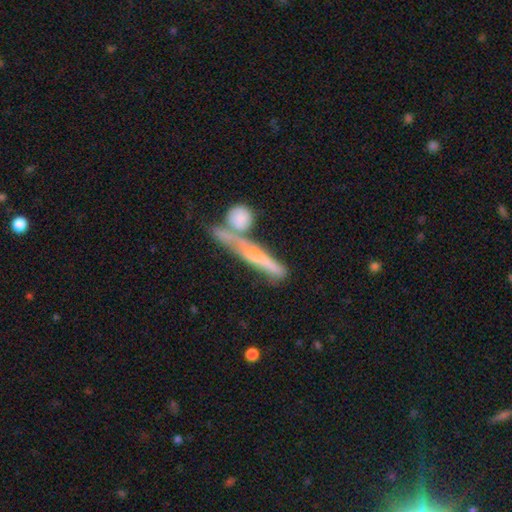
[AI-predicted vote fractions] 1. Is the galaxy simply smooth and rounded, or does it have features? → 44% star or artifact, 31% featured or disk, 25% smooth.